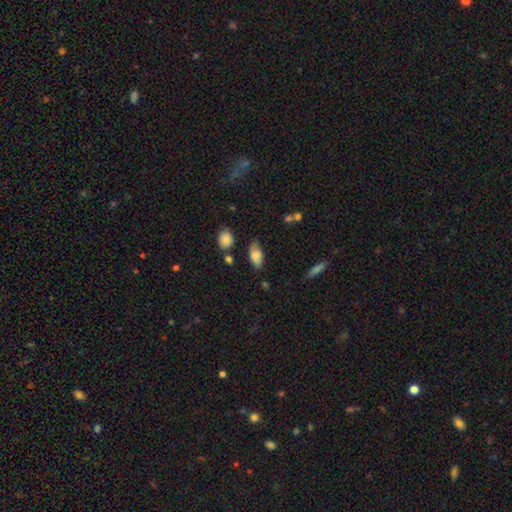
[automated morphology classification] This appears to be a smooth galaxy with no disk features (77%) that is in between round and cigar-shaped (91%). Merging: none (63%).